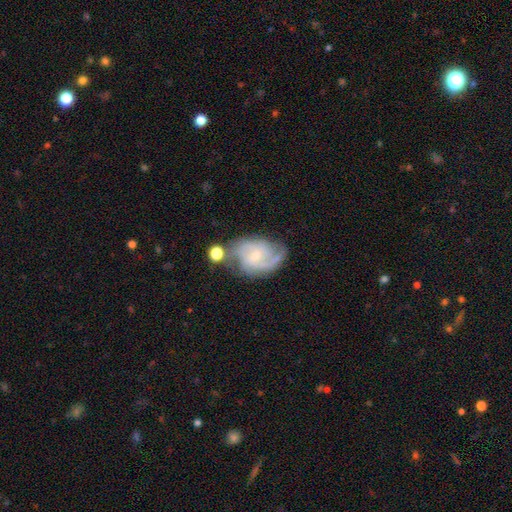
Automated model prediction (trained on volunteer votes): smooth_or_featured: featured or disk (p=0.85) [alt: smooth p=0.09]
disk_edge_on: no (p=0.97) [alt: yes p=0.03]
bar: no (p=0.52) [alt: weak p=0.41]
has_spiral_arms: yes (p=0.96) [alt: no p=0.04]
spiral_winding: medium (p=0.50) [alt: tight p=0.33]
spiral_arm_count: 2 (p=0.52) [alt: 3 p=0.21]
bulge_size: small (p=0.71) [alt: moderate p=0.22]
merging: none (p=0.59) [alt: minor disturbance p=0.22]